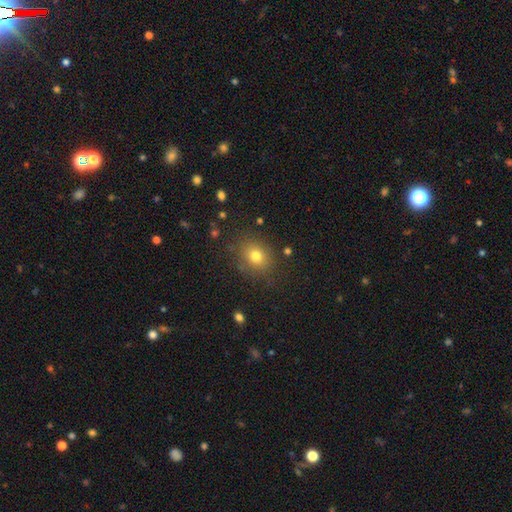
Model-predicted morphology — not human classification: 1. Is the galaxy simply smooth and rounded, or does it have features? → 75% smooth, 14% star or artifact, 10% featured or disk.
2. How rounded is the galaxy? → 65% round, 34% in between, 1% cigar-shaped.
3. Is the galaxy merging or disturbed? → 82% none, 12% minor disturbance, 4% major disturbance, 2% merger.